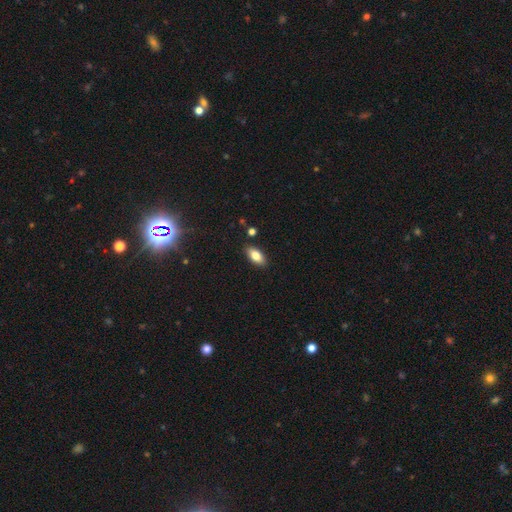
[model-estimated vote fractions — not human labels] Overall: smooth (81%). How rounded: in between (90%). Merging: none (87%).